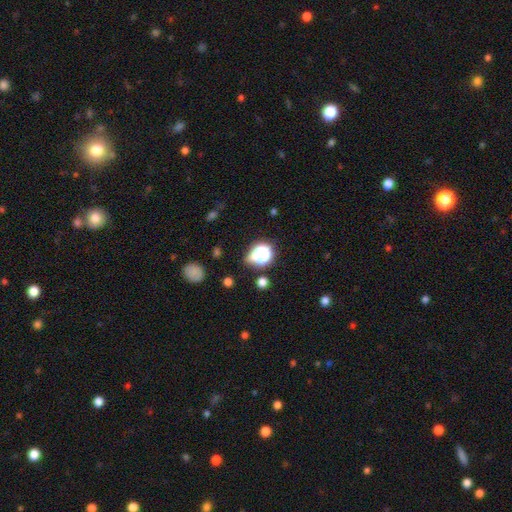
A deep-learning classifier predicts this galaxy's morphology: Overall: smooth (51%; star or artifact 39%). How rounded: round (71%). Merging: none (68%).